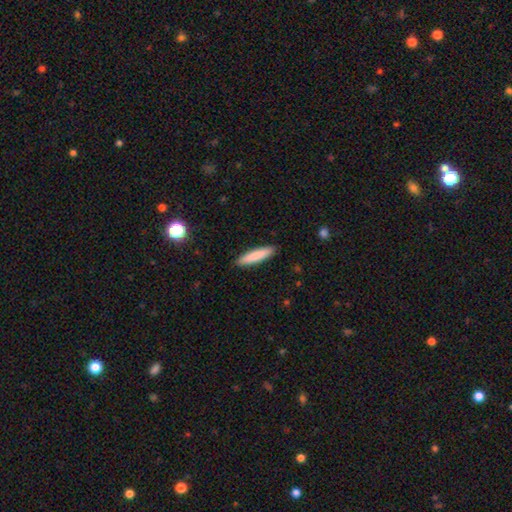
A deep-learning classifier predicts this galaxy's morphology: Overall: smooth (84%). How rounded: cigar-shaped (83%). Merging: none (91%).